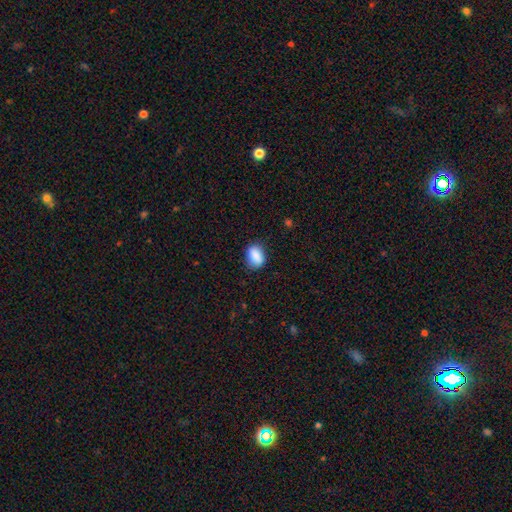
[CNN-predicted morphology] This is clearly a smooth galaxy (88%). How rounded: likely in between (80%). Merging: likely none (78%).